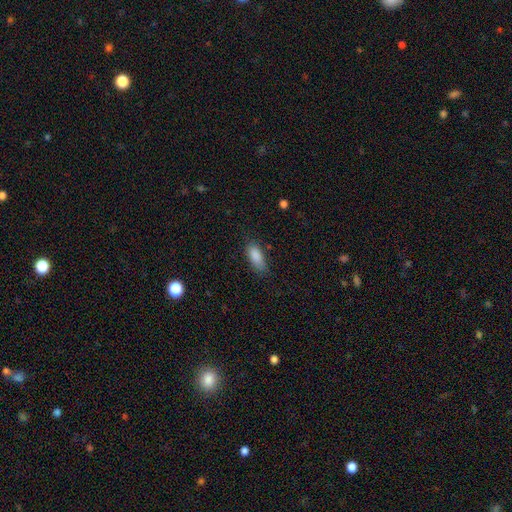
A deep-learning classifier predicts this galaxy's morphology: smooth 87%, star or artifact 7%, featured or disk 6%. Down the decision tree: how rounded — in between (81%); merging — none (73%).